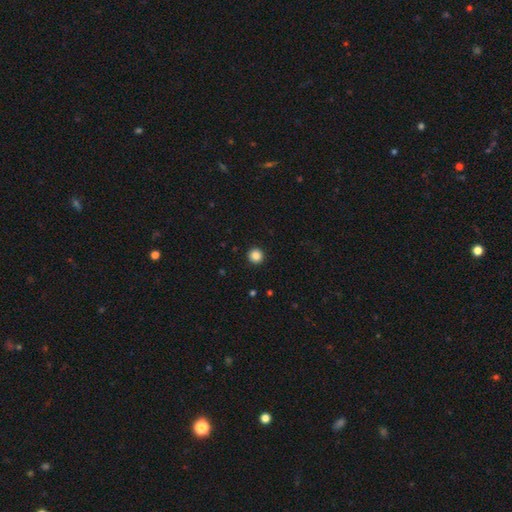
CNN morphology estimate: smooth_or_featured: smooth (p=0.85) [alt: star or artifact p=0.11]
how_rounded: round (p=0.96) [alt: in between p=0.03]
merging: none (p=0.94) [alt: minor disturbance p=0.04]